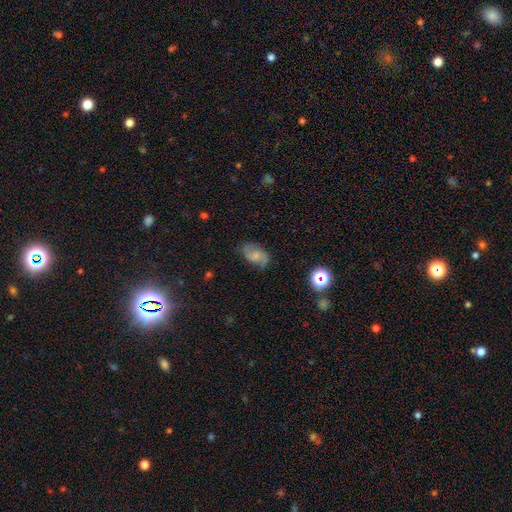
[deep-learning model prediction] smooth-or-featured: smooth: 45% | featured or disk: 44% | star or artifact: 10%
  merging: none: 70% | minor disturbance: 21% | major disturbance: 7% | merger: 2%